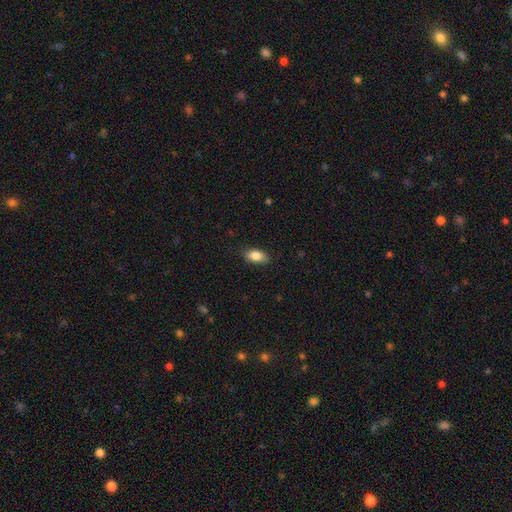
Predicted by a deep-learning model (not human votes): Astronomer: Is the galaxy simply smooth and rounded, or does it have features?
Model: smooth — 84%.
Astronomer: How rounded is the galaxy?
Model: in between — 88%.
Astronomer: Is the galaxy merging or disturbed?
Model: none — 85%.